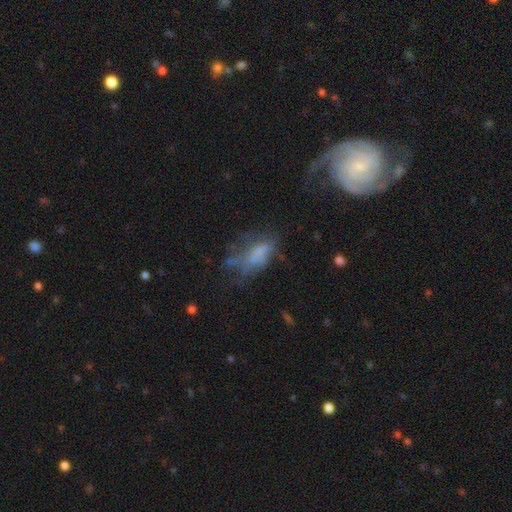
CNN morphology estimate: A smooth galaxy with no disk features (44%). Merging: major disturbance (35%).